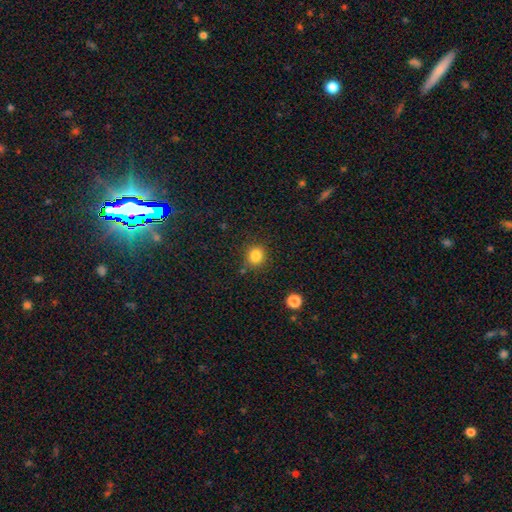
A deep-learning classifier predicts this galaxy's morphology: Smooth or featured: smooth — 83% (star or artifact — 12%)
How rounded: round — 83% (in between — 16%)
Merging: none — 84% (minor disturbance — 10%)